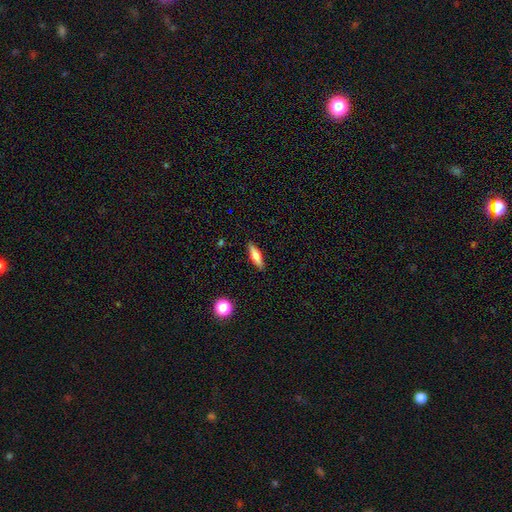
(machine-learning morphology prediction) type=smooth (64%); roundness=cigar-shaped (53%); merging=none (88%).